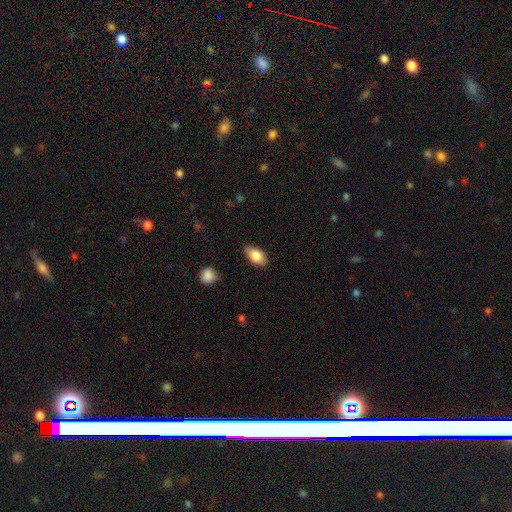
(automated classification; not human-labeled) Smooth or featured? smooth (83%)
How rounded? in between (91%)
Merging? none (81%)